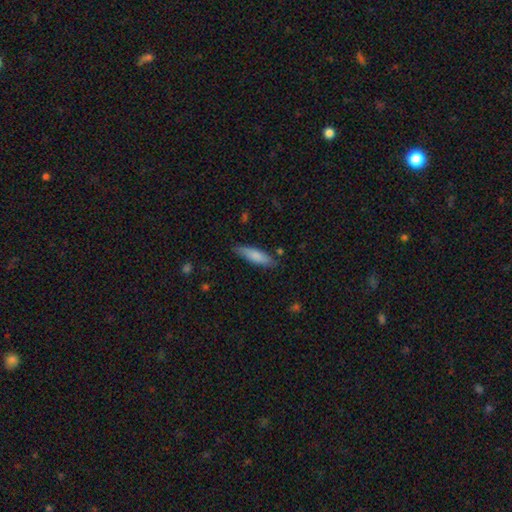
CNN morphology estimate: type=smooth (80%); roundness=cigar-shaped (66%); merging=none (81%).